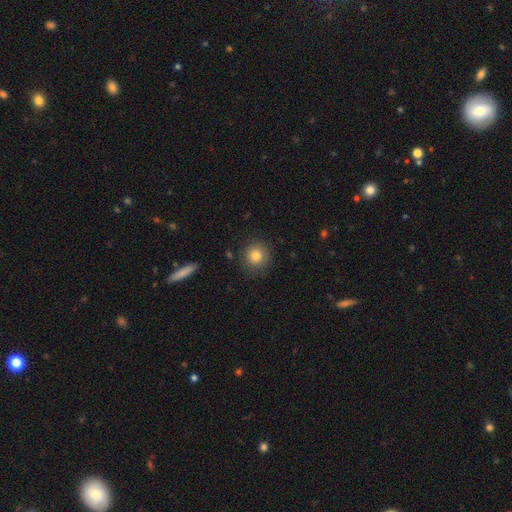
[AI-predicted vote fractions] smooth 81%, star or artifact 10%, featured or disk 8%. Down the decision tree: how rounded — round (93%); merging — none (87%).